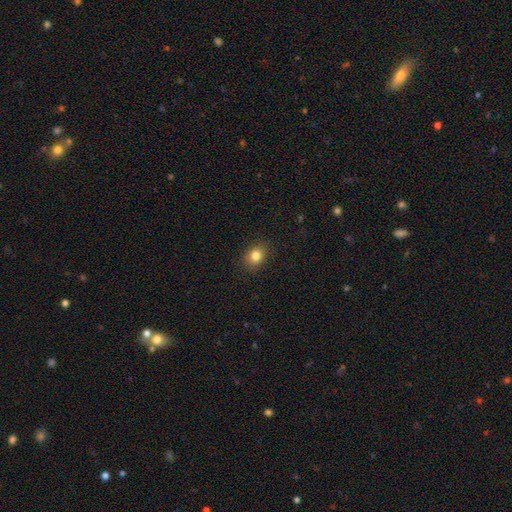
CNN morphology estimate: smooth 82%, star or artifact 11%, featured or disk 6%. Down the decision tree: how rounded — round (51%); merging — none (87%).